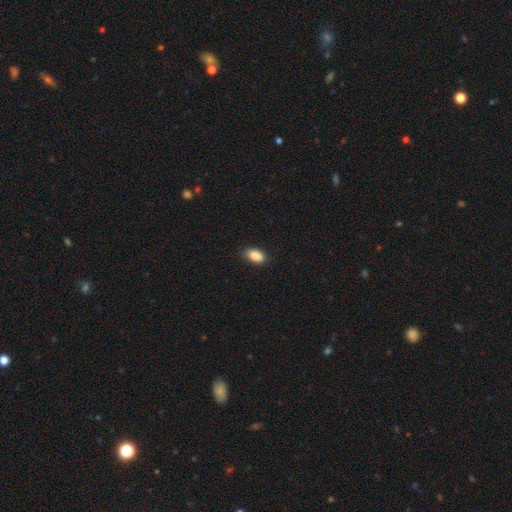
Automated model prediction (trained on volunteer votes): smooth-or-featured: smooth: 89% | star or artifact: 7% | featured or disk: 4%
  how-rounded: in between: 92% | round: 5% | cigar-shaped: 3%
  merging: none: 85% | minor disturbance: 12% | major disturbance: 2% | merger: 1%